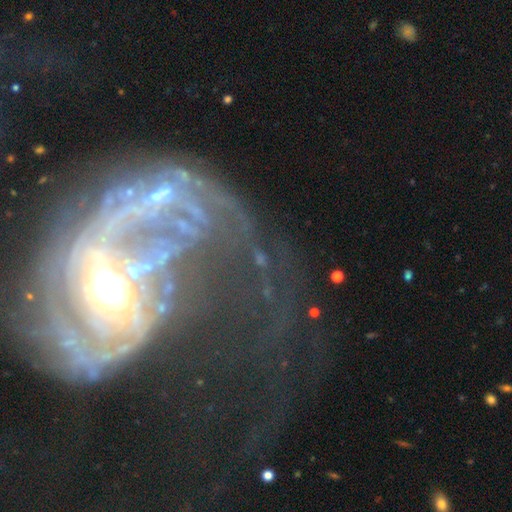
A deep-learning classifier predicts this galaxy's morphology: Smooth or featured? featured or disk (81%)
Edge-on disk? no (97%)
Bar? no (43%)
Spiral arms? yes (77%)
Spiral winding? loose (50%)
Spiral arm count? 2 (42%)
Bulge size? moderate (58%)
Merging? major disturbance (55%)